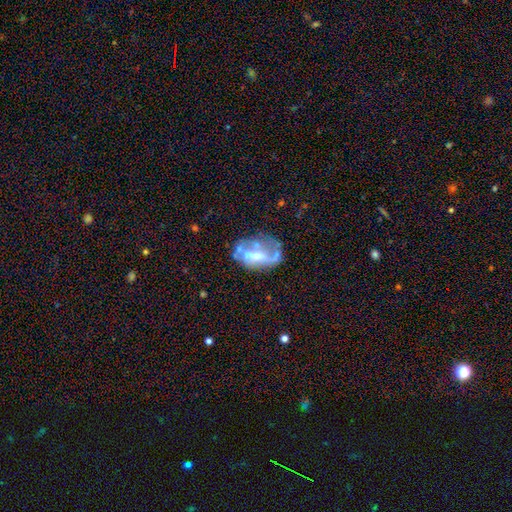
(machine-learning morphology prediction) A featured or disk galaxy (69%) with a weak bar (36%), spiral arms (53%) and a moderate central bulge (42%).

Vote fractions:
- Smooth or featured? featured or disk: 69% / smooth: 22% / star or artifact: 9%
- Edge-on disk? no: 95% / yes: 5%
- Bar? weak: 36% / no: 35% / strong: 29%
- Spiral arms? yes: 53% / no: 47%
- Bulge size? moderate: 42% / small: 37% / none: 13% / large: 6% / dominant: 2%
- Merging? none: 43% / major disturbance: 25% / minor disturbance: 22% / merger: 9%